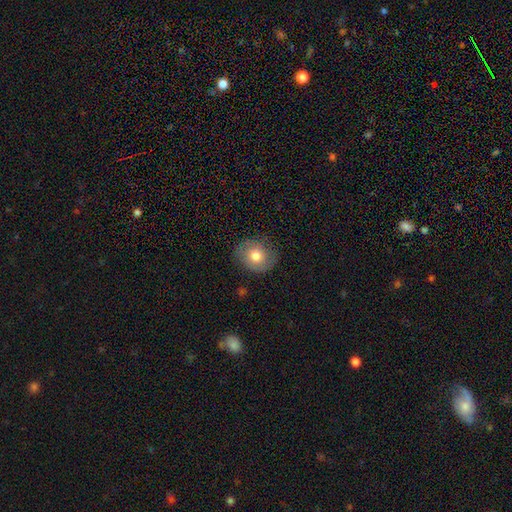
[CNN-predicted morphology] smooth_or_featured: smooth (p=0.70) [alt: featured or disk p=0.22]
how_rounded: round (p=0.62) [alt: in between p=0.37]
merging: none (p=0.78) [alt: minor disturbance p=0.17]